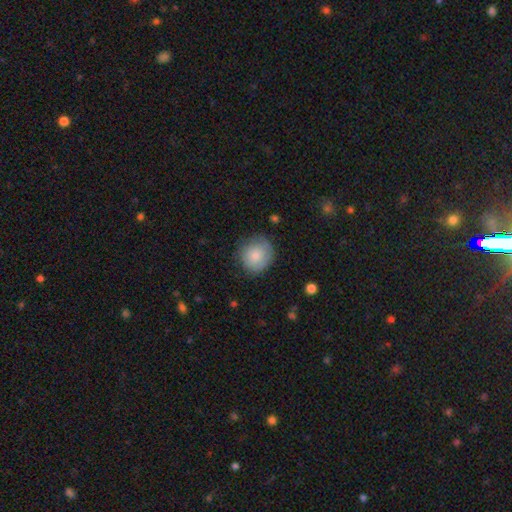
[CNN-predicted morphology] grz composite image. It shows a smooth galaxy with no disk features (77%) that is round (86%). Merging: none (74%).